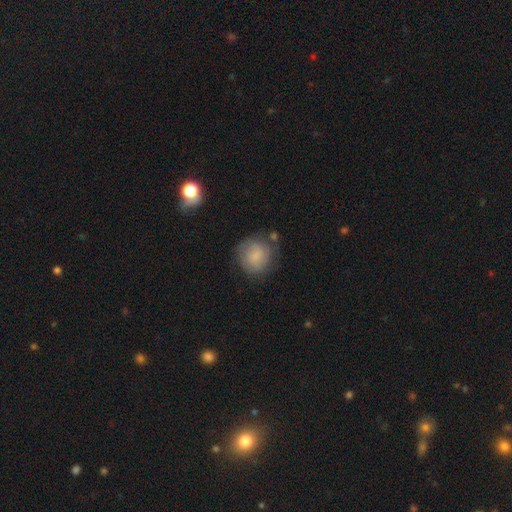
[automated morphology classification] Overall: smooth (64%; featured or disk 28%). How rounded: round (87%). Merging: none (68%).